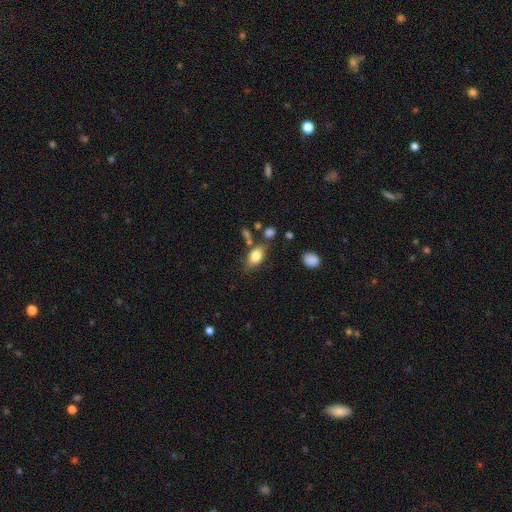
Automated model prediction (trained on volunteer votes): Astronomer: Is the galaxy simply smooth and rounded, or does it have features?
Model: smooth — 79%.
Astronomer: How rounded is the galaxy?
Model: in between — 84%.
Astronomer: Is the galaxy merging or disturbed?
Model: none — 66%.